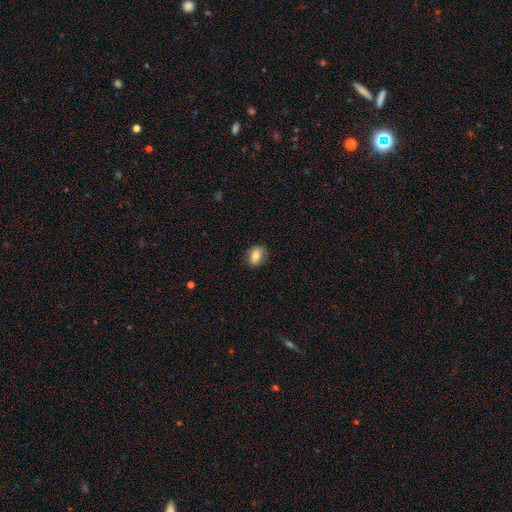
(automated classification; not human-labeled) smooth-or-featured: smooth: 77% | featured or disk: 14% | star or artifact: 9%
  how-rounded: in between: 64% | round: 34% | cigar-shaped: 1%
  merging: none: 84% | minor disturbance: 12% | major disturbance: 3% | merger: 1%